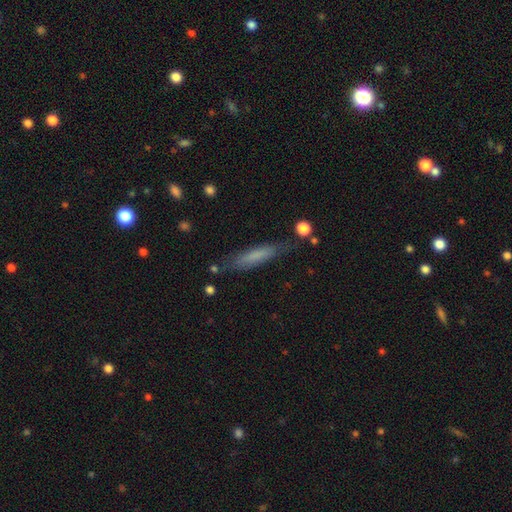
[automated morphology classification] A smooth galaxy with no disk features (68%) that is cigar-shaped (84%). Merging: none (78%).